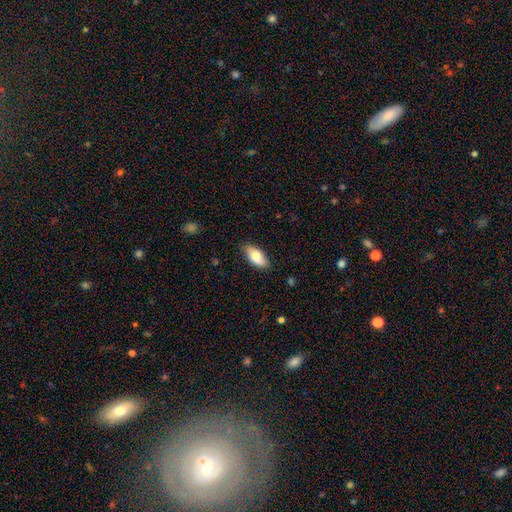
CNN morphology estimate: Smooth or featured? Predicted: smooth (p=0.74). How rounded? Predicted: in between (p=0.90). Merging? Predicted: none (p=0.83).